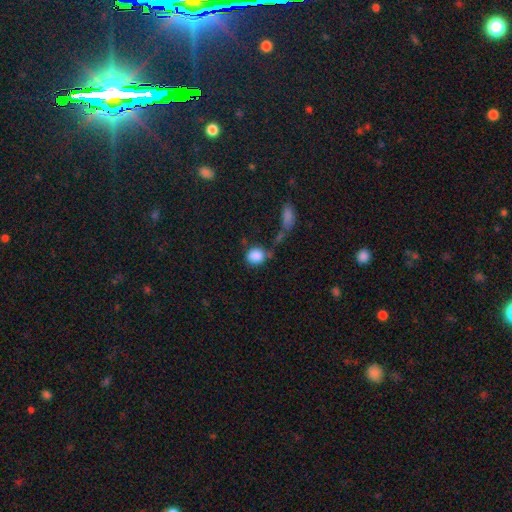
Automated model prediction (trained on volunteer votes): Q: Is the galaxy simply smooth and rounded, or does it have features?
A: smooth — 86%.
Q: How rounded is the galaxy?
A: round — 65%.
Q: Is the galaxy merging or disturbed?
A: none — 53%.